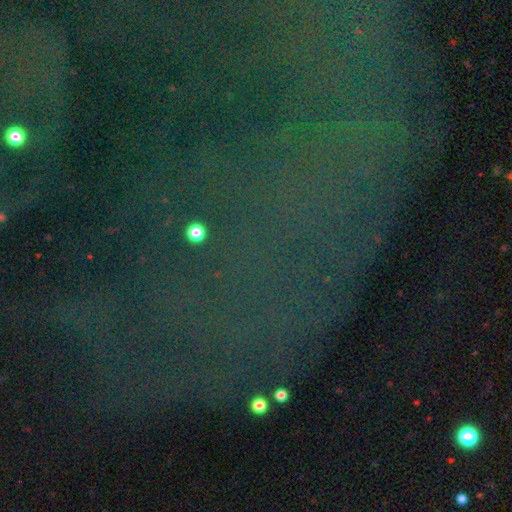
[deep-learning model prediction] star or artifact 80%, featured or disk 10%, smooth 10%.